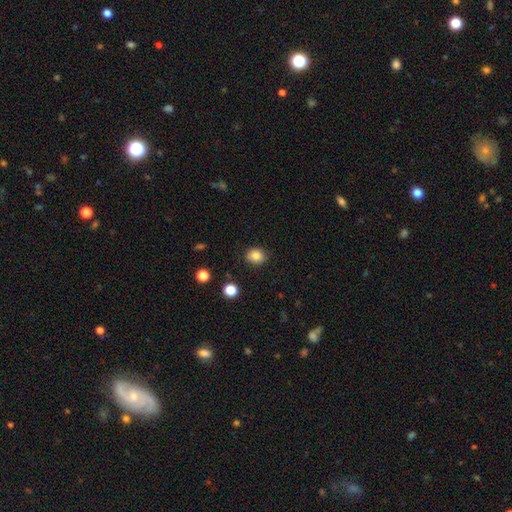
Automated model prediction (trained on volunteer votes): smooth 83%, star or artifact 10%, featured or disk 6%. Down the decision tree: how rounded — round (68%); merging — none (87%).